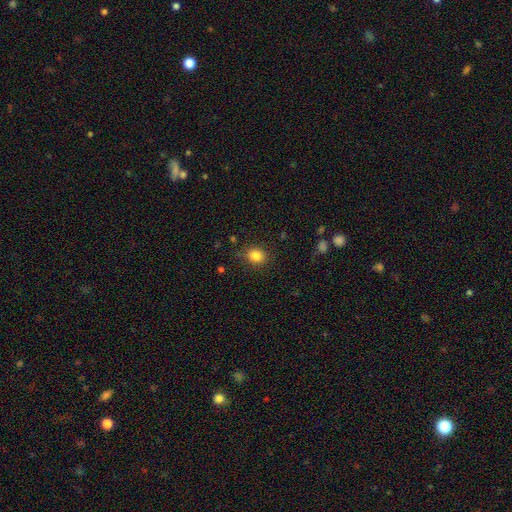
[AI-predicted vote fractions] This is clearly a smooth galaxy (84%). How rounded: likely round (65%). Merging: clearly none (84%).